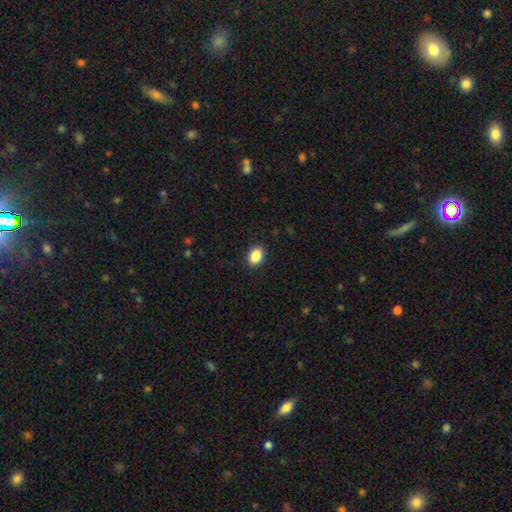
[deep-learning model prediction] smooth-or-featured: smooth: 88% | star or artifact: 8% | featured or disk: 4%
  how-rounded: in between: 76% | round: 23% | cigar-shaped: 1%
  merging: none: 90% | minor disturbance: 7% | major disturbance: 2% | merger: 1%